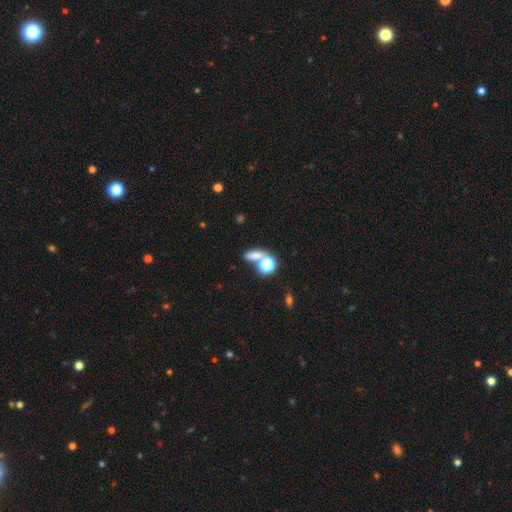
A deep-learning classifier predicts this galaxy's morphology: smooth_or_featured: smooth (p=0.66) [alt: star or artifact p=0.23]
how_rounded: in between (p=0.54) [alt: round p=0.30]
merging: none (p=0.50) [alt: merger p=0.34]